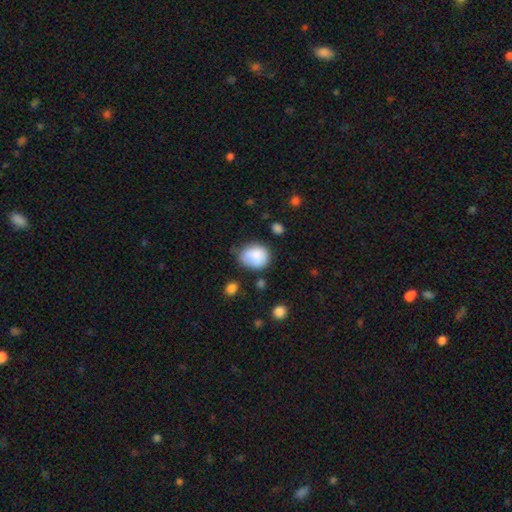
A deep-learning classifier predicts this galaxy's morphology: Smooth or featured? Predicted: smooth (p=0.83). How rounded? Predicted: round (p=0.61). Merging? Predicted: none (p=0.51).